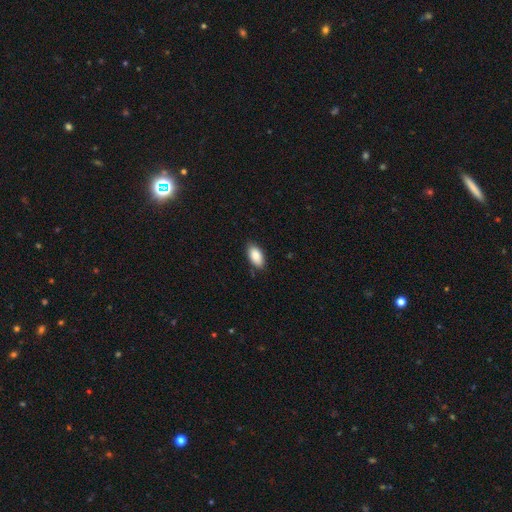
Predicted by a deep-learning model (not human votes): A smooth galaxy with no disk features (87%) that is in between round and cigar-shaped (93%). Merging: none (83%).